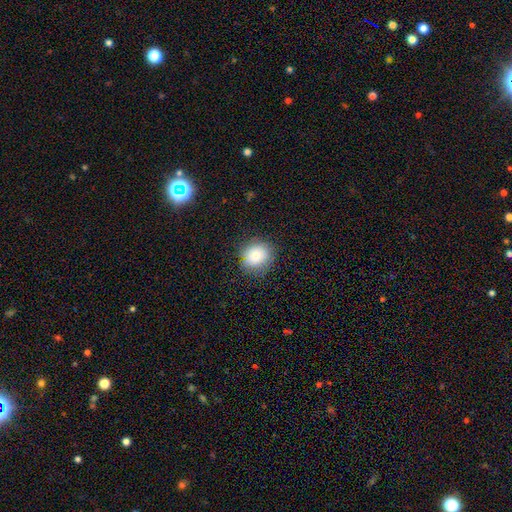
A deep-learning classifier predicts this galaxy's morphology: The model was most divided on "how rounded": round: 79%, in between: 20%, cigar-shaped: 1%. More confident: merging — none (83%); smooth or featured — smooth (83%).